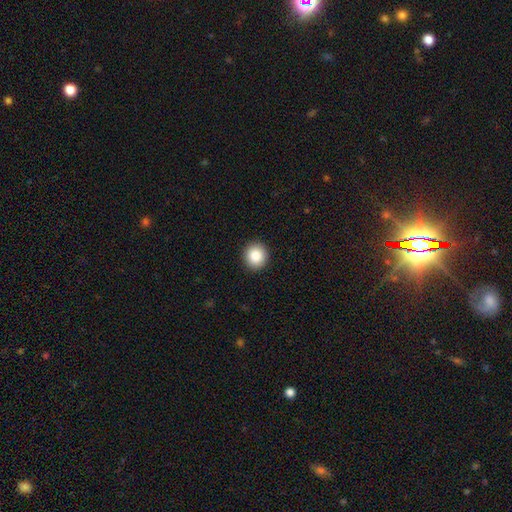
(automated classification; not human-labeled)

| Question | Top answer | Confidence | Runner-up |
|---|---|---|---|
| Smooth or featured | smooth | 87% | star or artifact (9%) |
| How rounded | round | 87% | in between (12%) |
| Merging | none | 92% | minor disturbance (5%) |